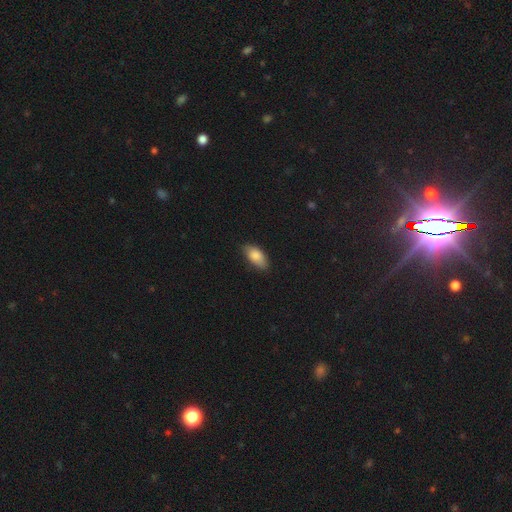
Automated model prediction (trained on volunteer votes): Smooth or featured?
  - smooth: 85% *
  - featured or disk: 9%
  - star or artifact: 6%
How rounded?
  - in between: 91% *
  - cigar-shaped: 6%
  - round: 3%
Merging?
  - none: 78% *
  - minor disturbance: 18%
  - major disturbance: 3%
  - merger: 1%